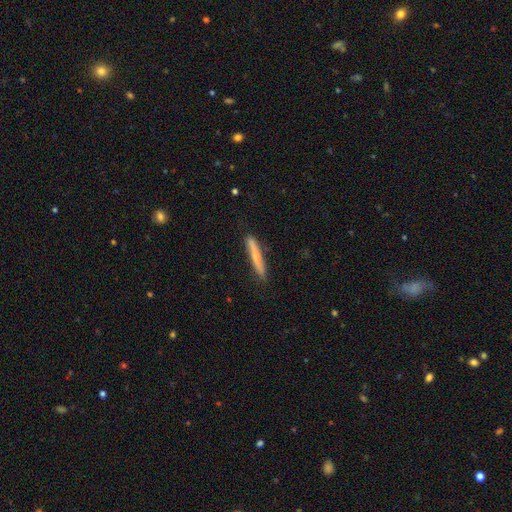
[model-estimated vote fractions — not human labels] Overall: smooth (60%; featured or disk 34%). How rounded: cigar-shaped (95%). Merging: none (87%).